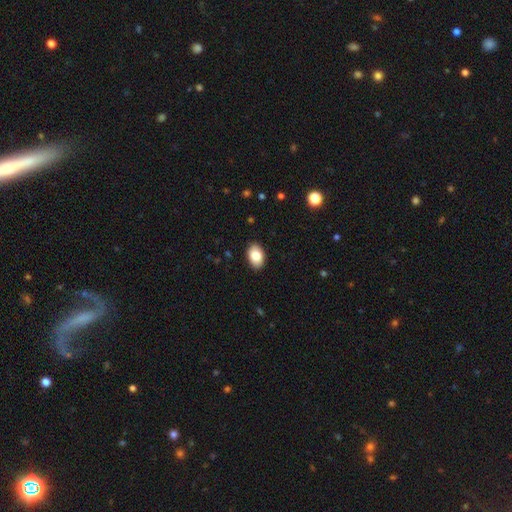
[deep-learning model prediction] Overall: smooth (83%). How rounded: in between (90%). Merging: none (89%).